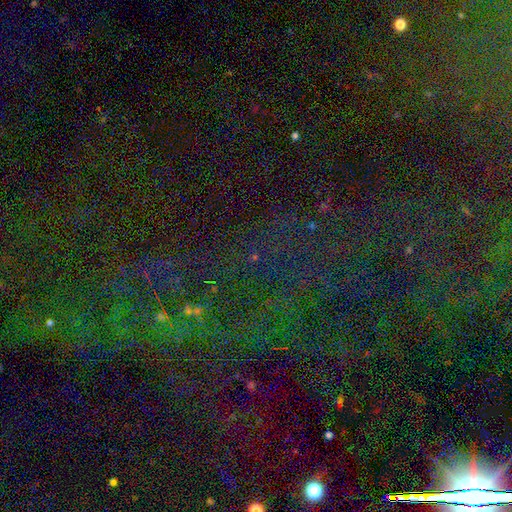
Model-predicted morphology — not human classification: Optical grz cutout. It shows a star or artifact, not a galaxy (78%).